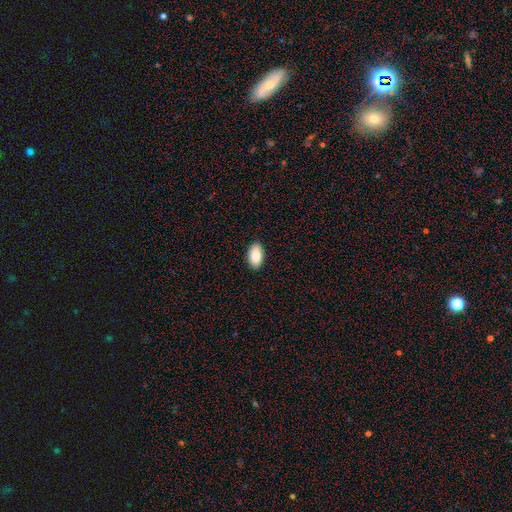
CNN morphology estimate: This is clearly a smooth galaxy (89%). How rounded: clearly in between (95%). Merging: clearly none (88%).